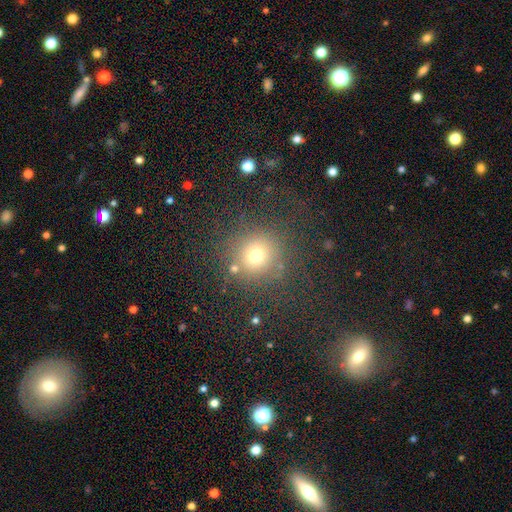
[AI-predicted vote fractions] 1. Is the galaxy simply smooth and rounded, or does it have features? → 70% smooth, 19% star or artifact, 10% featured or disk.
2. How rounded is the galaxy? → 91% round, 8% in between, 1% cigar-shaped.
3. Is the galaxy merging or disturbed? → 77% none, 11% minor disturbance, 7% major disturbance, 5% merger.